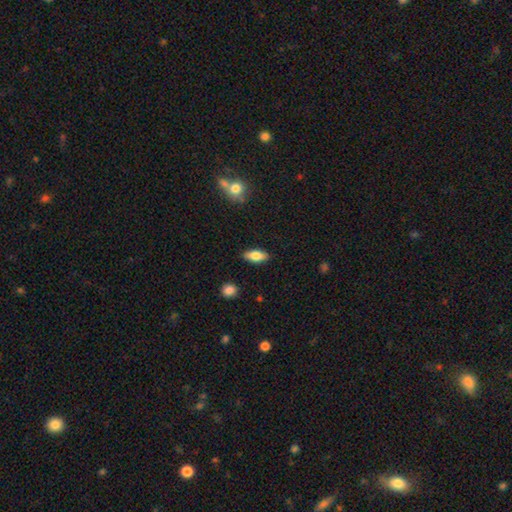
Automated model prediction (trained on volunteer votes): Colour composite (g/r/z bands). It shows a smooth galaxy with no disk features (77%) that is in between round and cigar-shaped (82%). Merging: none (88%).